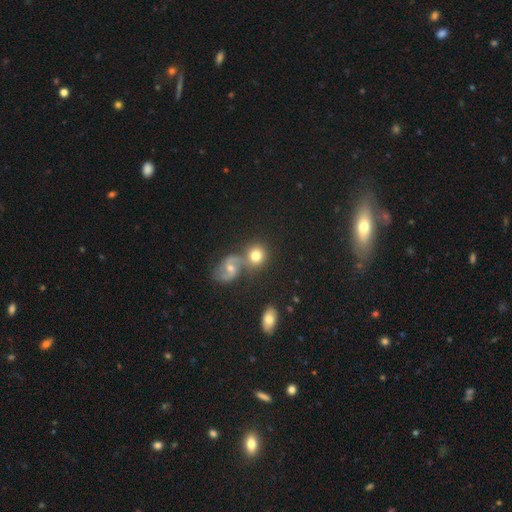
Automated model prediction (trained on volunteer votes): The model was most divided on "merging": none: 55%, merger: 30%, minor disturbance: 11%, major disturbance: 5%. More confident: how rounded — round (80%); smooth or featured — smooth (69%).